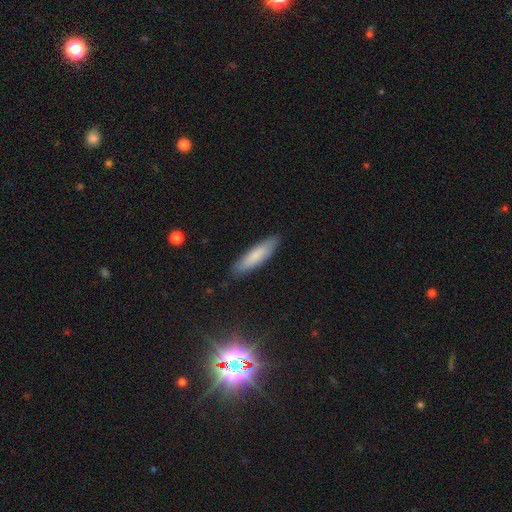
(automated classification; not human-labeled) Q: Smooth or featured?
A: smooth (79%); runner-up: featured or disk (15%)
Q: How rounded?
A: cigar-shaped (71%); runner-up: in between (28%)
Q: Merging?
A: none (87%); runner-up: minor disturbance (10%)